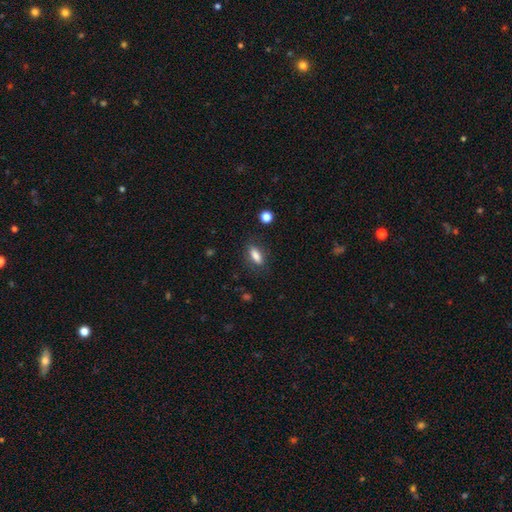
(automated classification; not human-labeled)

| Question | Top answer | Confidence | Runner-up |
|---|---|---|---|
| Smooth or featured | smooth | 82% | featured or disk (9%) |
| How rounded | in between | 70% | cigar-shaped (25%) |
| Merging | none | 81% | minor disturbance (13%) |